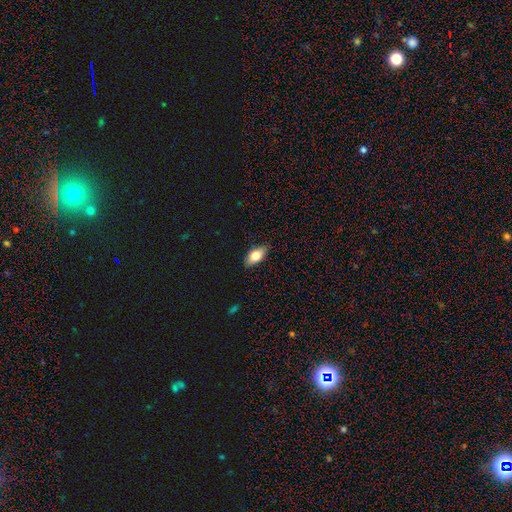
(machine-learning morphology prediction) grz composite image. It shows a smooth galaxy with no disk features (75%) that is in between round and cigar-shaped (88%). Merging: none (86%).